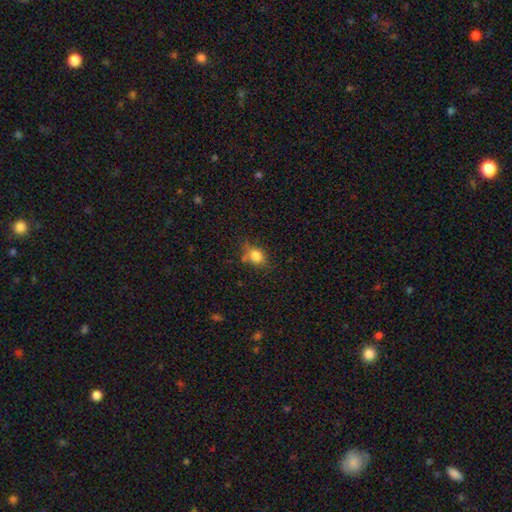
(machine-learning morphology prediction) This appears to be a smooth galaxy with no disk features (80%) that is in between round and cigar-shaped (55%). Merging: none (62%).